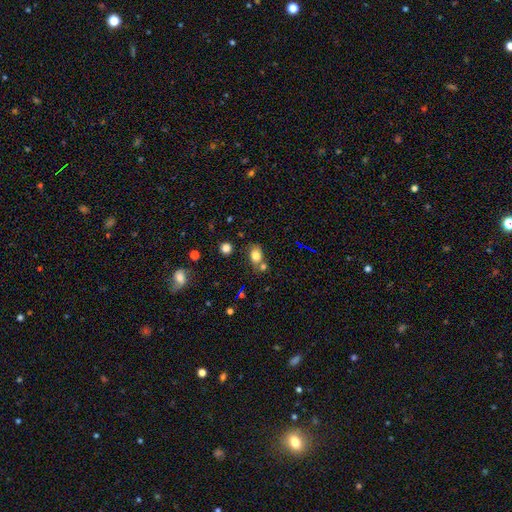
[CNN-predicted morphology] Smooth or featured? Predicted: smooth (p=0.78). How rounded? Predicted: in between (p=0.67). Merging? Predicted: none (p=0.58).